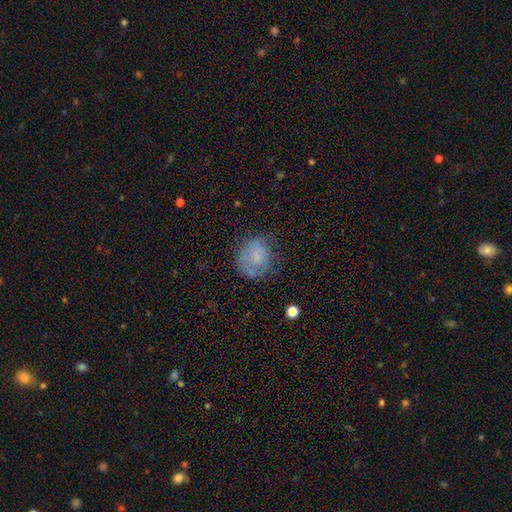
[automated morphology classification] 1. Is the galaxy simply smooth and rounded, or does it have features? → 66% smooth, 23% featured or disk, 11% star or artifact.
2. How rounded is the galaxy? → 77% round, 22% in between, 1% cigar-shaped.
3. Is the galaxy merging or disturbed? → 56% none, 26% minor disturbance, 15% major disturbance, 2% merger.